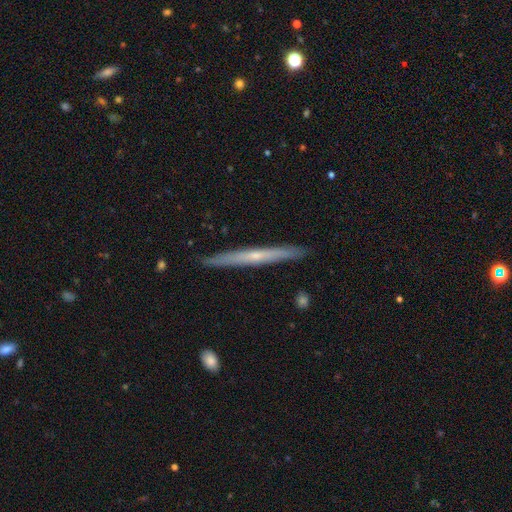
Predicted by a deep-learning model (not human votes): This appears to be a featured or disk galaxy (63%) viewed edge-on (96%) with no central bulge (55%). Merging: none (91%).